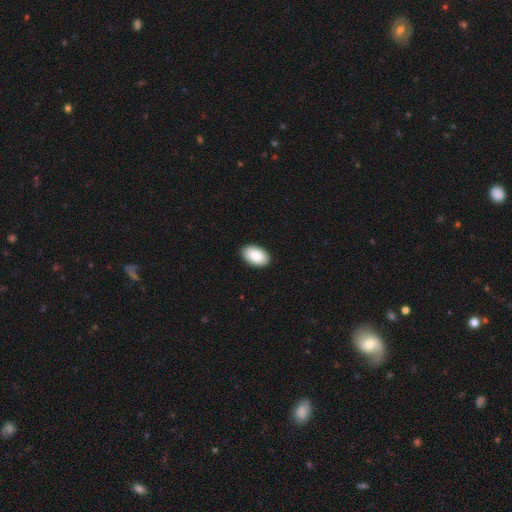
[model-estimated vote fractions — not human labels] smooth_or_featured: smooth (p=0.90) [alt: star or artifact p=0.06]
how_rounded: in between (p=0.95) [alt: round p=0.04]
merging: none (p=0.90) [alt: minor disturbance p=0.07]